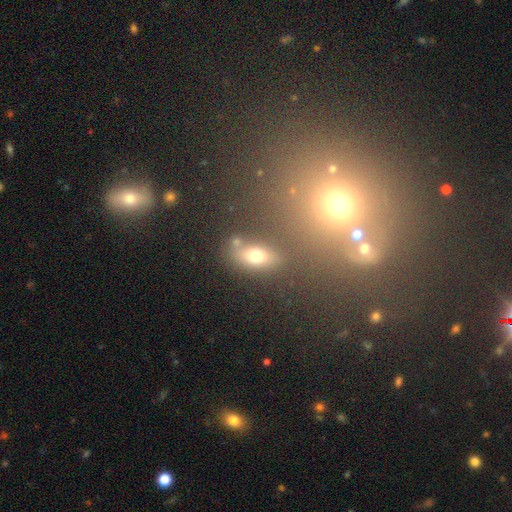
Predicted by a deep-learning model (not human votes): Smooth or featured: smooth — 67% (star or artifact — 17%)
How rounded: in between — 72% (round — 16%)
Merging: none — 68% (minor disturbance — 13%)